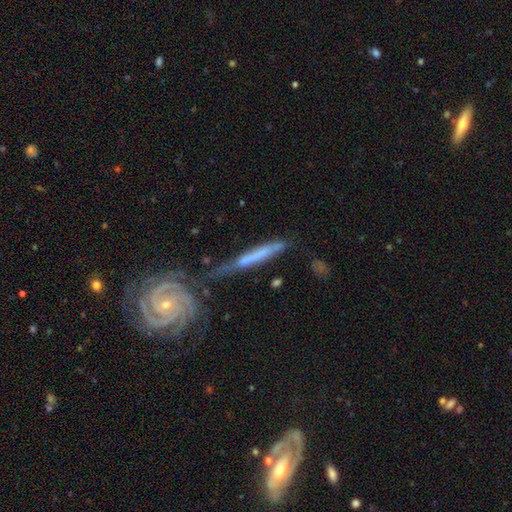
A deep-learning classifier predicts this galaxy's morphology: Q: Smooth or featured?
A: featured or disk (69%); runner-up: smooth (24%)
Q: Edge-on disk?
A: yes (52%); runner-up: no (48%)
Q: Merging?
A: none (53%); runner-up: minor disturbance (24%)